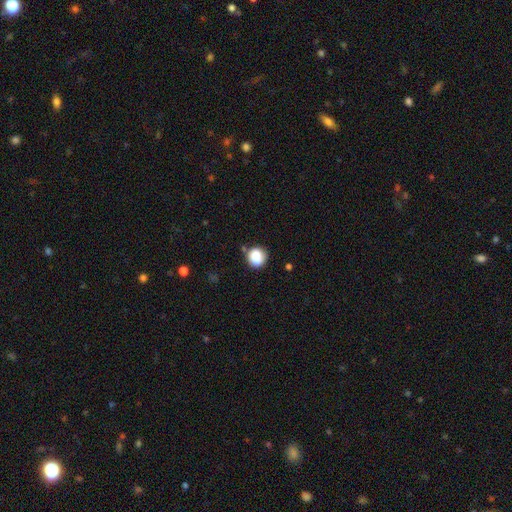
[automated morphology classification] Smooth or featured? smooth (83%)
How rounded? round (81%)
Merging? none (73%)